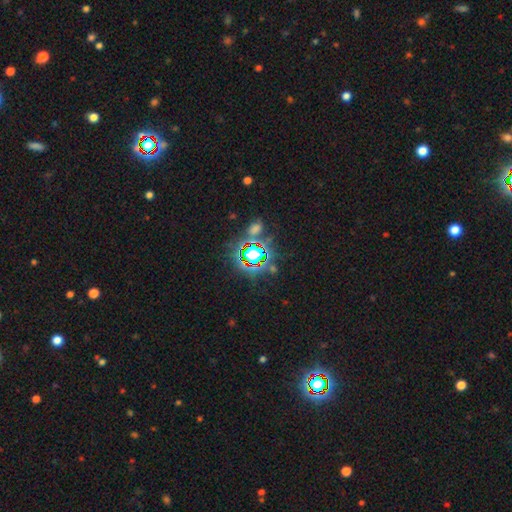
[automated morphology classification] Smooth or featured?
  - star or artifact: 70% *
  - smooth: 20%
  - featured or disk: 10%